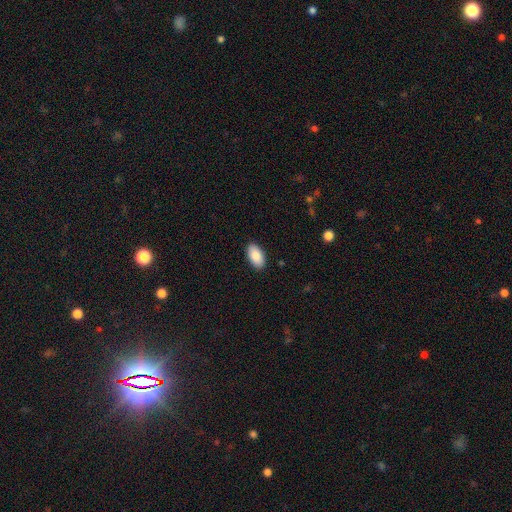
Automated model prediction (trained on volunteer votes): smooth 86%, featured or disk 7%, star or artifact 6%. Down the decision tree: how rounded — in between (95%); merging — none (90%).